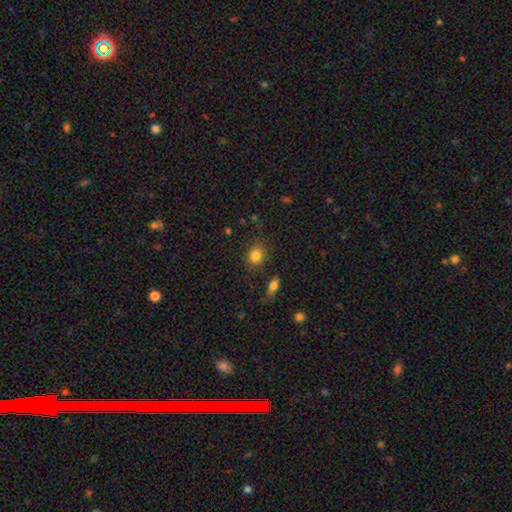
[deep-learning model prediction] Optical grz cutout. It shows a smooth galaxy with no disk features (83%) that is round (57%). Merging: none (80%).